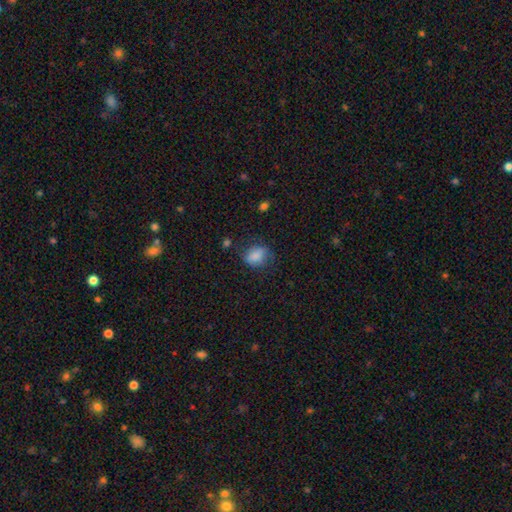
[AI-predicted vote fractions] smooth 78%, featured or disk 13%, star or artifact 9%. Down the decision tree: how rounded — in between (66%); merging — none (55%).